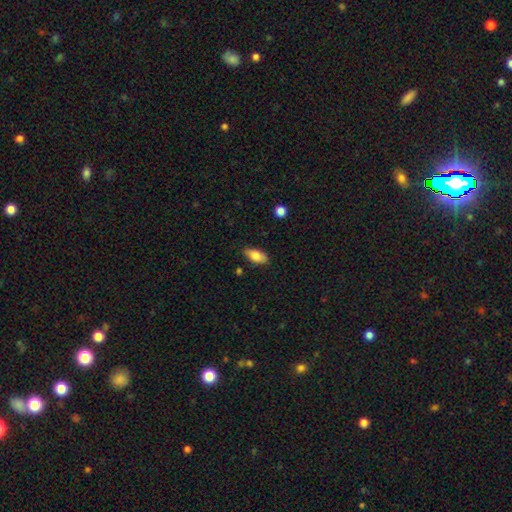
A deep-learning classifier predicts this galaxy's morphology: Q: Smooth or featured?
A: smooth (82%); runner-up: featured or disk (11%)
Q: How rounded?
A: in between (89%); runner-up: cigar-shaped (8%)
Q: Merging?
A: none (82%); runner-up: minor disturbance (14%)